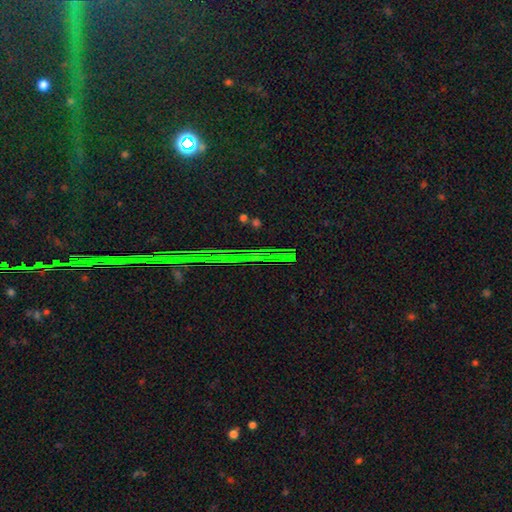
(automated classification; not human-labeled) A star or artifact, not a galaxy (83%).